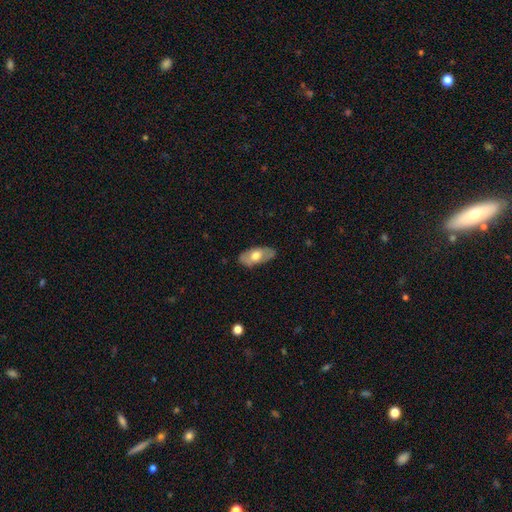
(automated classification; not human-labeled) A smooth galaxy with no disk features (52%) that is in between round and cigar-shaped (91%). Merging: none (79%).